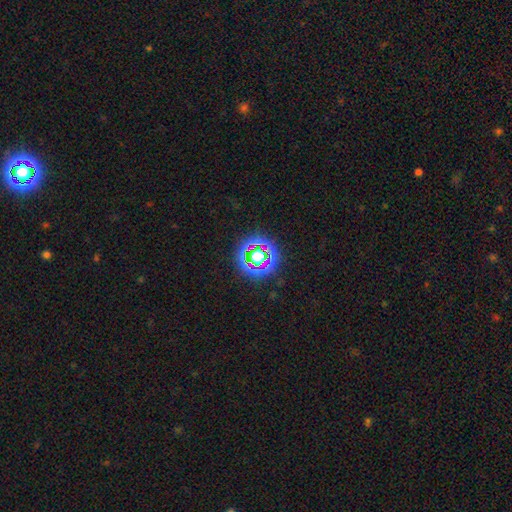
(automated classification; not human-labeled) Smooth or featured? Predicted: star or artifact (p=0.58).